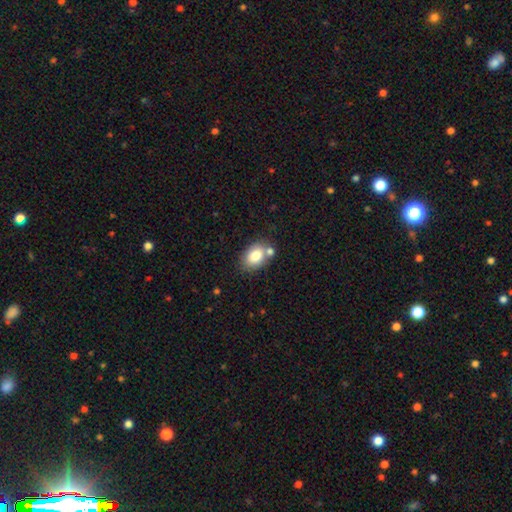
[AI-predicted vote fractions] Q: Smooth or featured?
A: smooth (80%); runner-up: featured or disk (11%)
Q: How rounded?
A: in between (81%); runner-up: round (18%)
Q: Merging?
A: none (66%); runner-up: merger (16%)